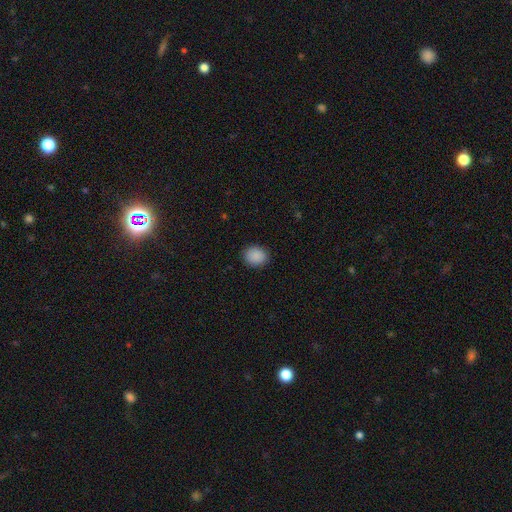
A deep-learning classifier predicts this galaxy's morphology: Smooth or featured? Predicted: smooth (p=0.89). How rounded? Predicted: round (p=0.71). Merging? Predicted: none (p=0.89).